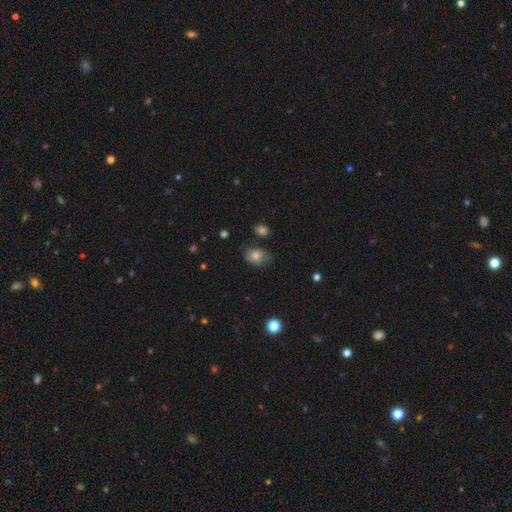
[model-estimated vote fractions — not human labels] This is likely a smooth galaxy (72%). How rounded: likely in between (67%). Merging: possibly none (58%).